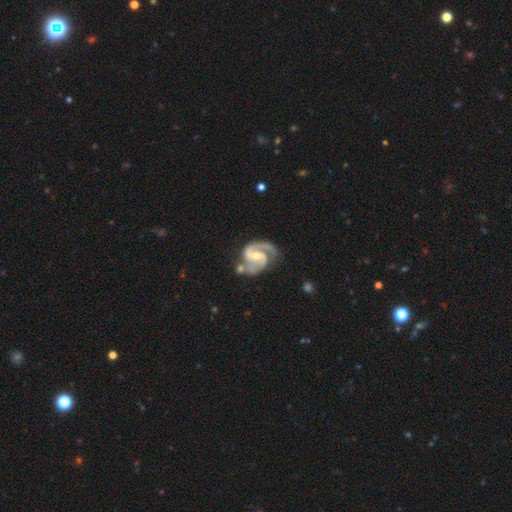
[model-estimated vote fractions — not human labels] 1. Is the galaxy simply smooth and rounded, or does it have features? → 93% featured or disk, 4% star or artifact, 3% smooth.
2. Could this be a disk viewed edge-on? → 98% no, 2% yes.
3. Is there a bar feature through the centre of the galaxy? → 48% weak, 30% strong, 21% no.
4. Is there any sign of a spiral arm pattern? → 98% yes, 2% no.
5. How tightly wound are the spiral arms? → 59% medium, 29% tight, 12% loose.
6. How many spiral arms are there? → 90% 2, 3% 3, 2% 1, 2% can't tell, 1% 4, 1% more than 4.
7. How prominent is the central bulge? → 49% moderate, 47% small, 2% none, 2% large, 1% dominant.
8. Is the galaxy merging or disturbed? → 60% none, 21% minor disturbance, 11% merger, 9% major disturbance.